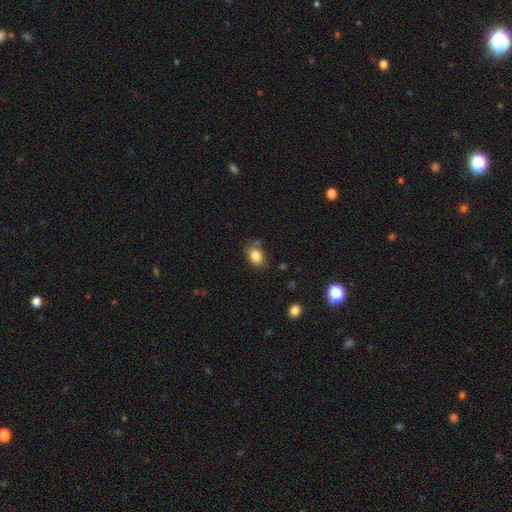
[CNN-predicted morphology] Q: Smooth or featured?
A: smooth (85%); runner-up: star or artifact (9%)
Q: How rounded?
A: in between (75%); runner-up: round (24%)
Q: Merging?
A: none (76%); runner-up: minor disturbance (15%)